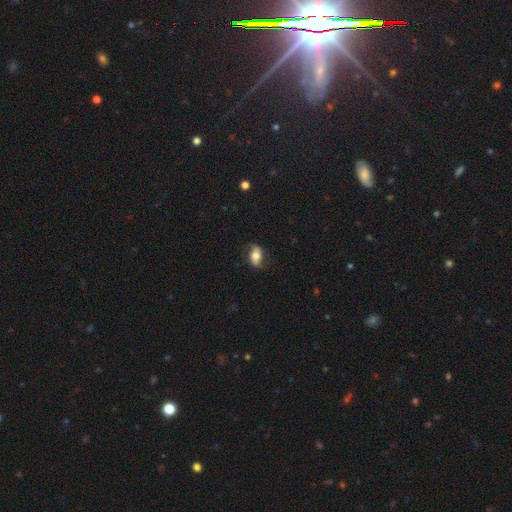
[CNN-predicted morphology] This is possibly a smooth galaxy (56%). How rounded: clearly in between (87%). Merging: likely none (73%).